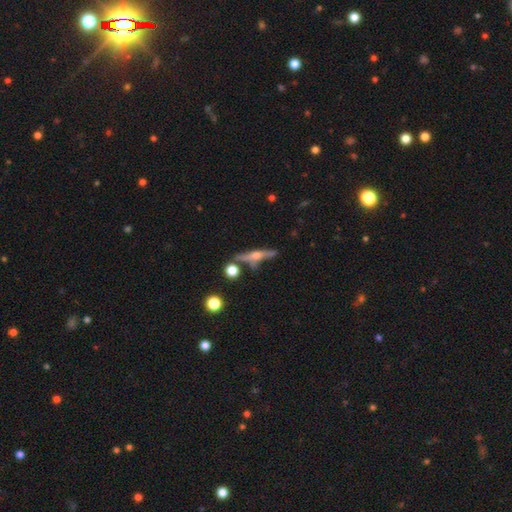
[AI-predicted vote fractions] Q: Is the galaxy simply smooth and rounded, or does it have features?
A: featured or disk — 67%.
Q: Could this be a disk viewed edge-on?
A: yes — 95%.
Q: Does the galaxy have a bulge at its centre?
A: rounded — 88%.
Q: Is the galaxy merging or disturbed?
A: none — 74%.